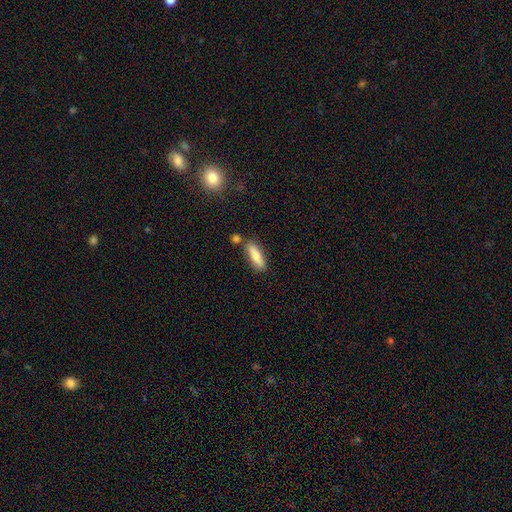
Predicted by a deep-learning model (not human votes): Smooth or featured? smooth (76%)
How rounded? cigar-shaped (51%)
Merging? none (73%)